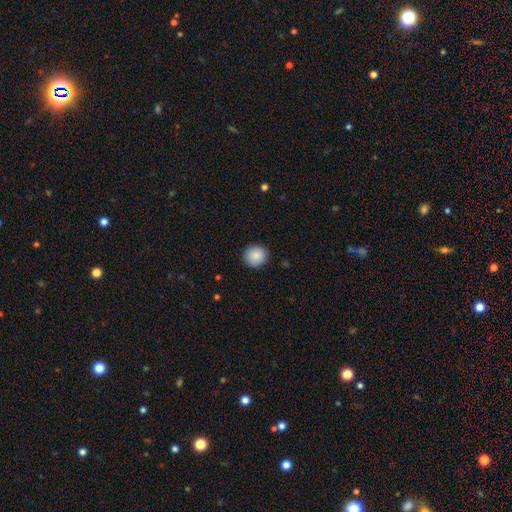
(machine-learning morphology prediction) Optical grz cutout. It shows a smooth galaxy with no disk features (88%) that is round (90%). Merging: none (90%).